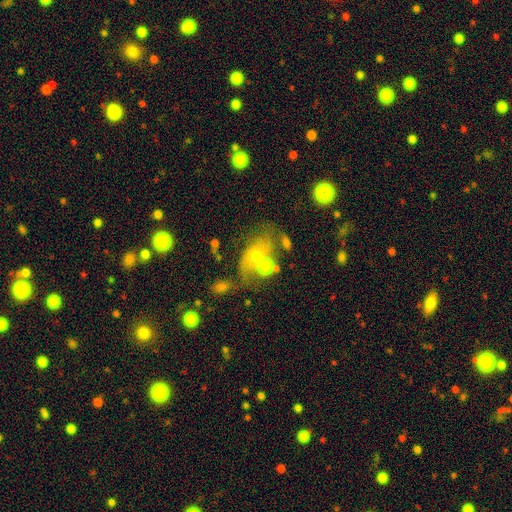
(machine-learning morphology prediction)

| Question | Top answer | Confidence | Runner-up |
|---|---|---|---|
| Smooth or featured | smooth | 50% | featured or disk (34%) |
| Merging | none | 40% | merger (27%) |